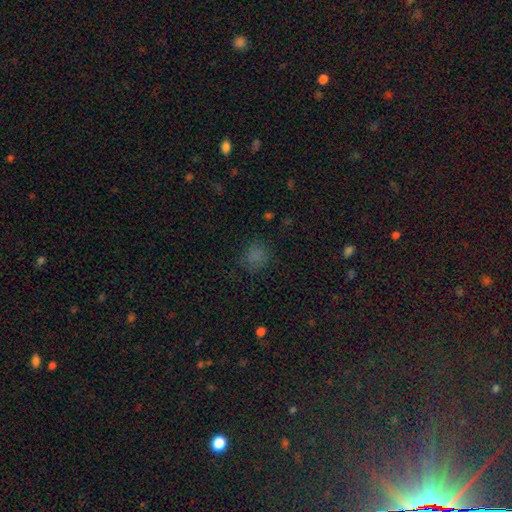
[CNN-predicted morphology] type=smooth (72%); roundness=round (71%); merging=none (74%).